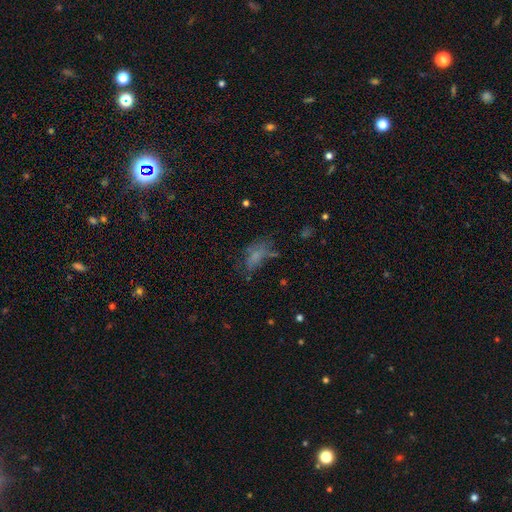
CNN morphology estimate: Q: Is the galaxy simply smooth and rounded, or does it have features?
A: smooth — 60%.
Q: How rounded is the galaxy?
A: in between — 83%.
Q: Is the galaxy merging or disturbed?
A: none — 41%.